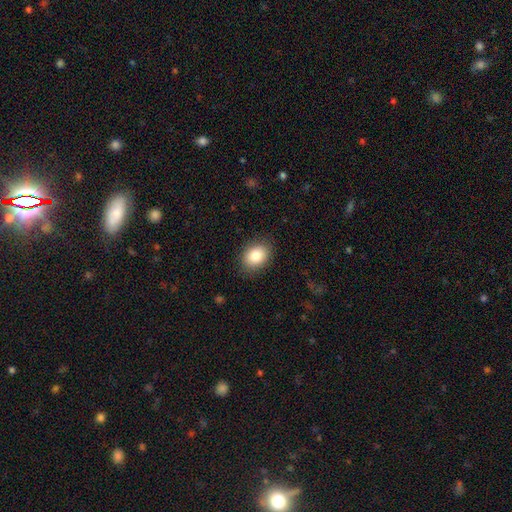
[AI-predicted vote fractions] smooth_or_featured: smooth (p=0.84) [alt: star or artifact p=0.09]
how_rounded: in between (p=0.62) [alt: round p=0.37]
merging: none (p=0.86) [alt: minor disturbance p=0.10]